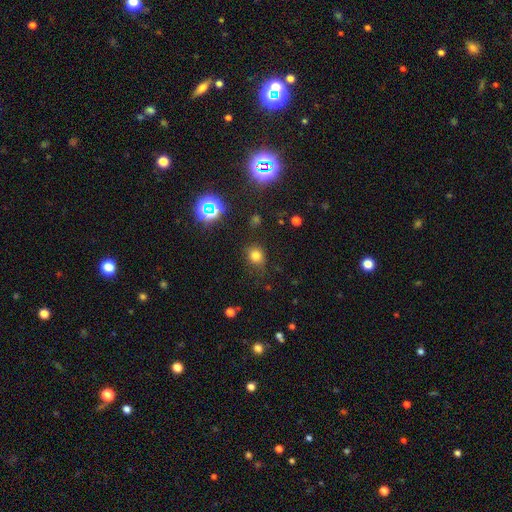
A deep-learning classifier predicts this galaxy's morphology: Smooth or featured: smooth — 73% (star or artifact — 20%)
How rounded: round — 72% (in between — 27%)
Merging: none — 74% (minor disturbance — 17%)